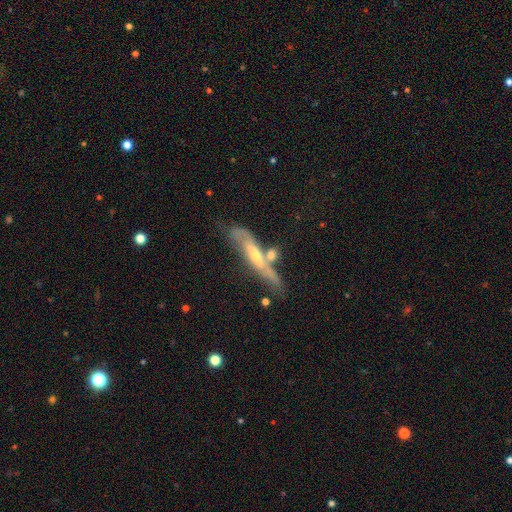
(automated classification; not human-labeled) A featured or disk galaxy (65%) viewed edge-on (65%).

Vote fractions:
- Smooth or featured? featured or disk: 65% / smooth: 28% / star or artifact: 7%
- Edge-on disk? yes: 65% / no: 35%
- Merging? none: 40% / merger: 28% / minor disturbance: 20% / major disturbance: 12%